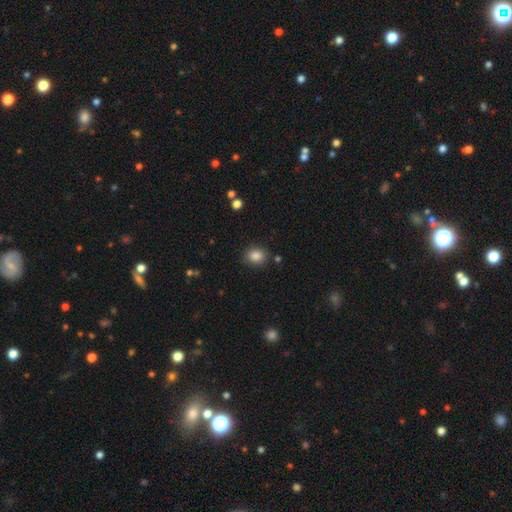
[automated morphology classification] Smooth or featured?
  - smooth: 85% *
  - star or artifact: 10%
  - featured or disk: 5%
How rounded?
  - round: 54% *
  - in between: 45%
  - cigar-shaped: 1%
Merging?
  - none: 84% *
  - minor disturbance: 10%
  - major disturbance: 3%
  - merger: 3%